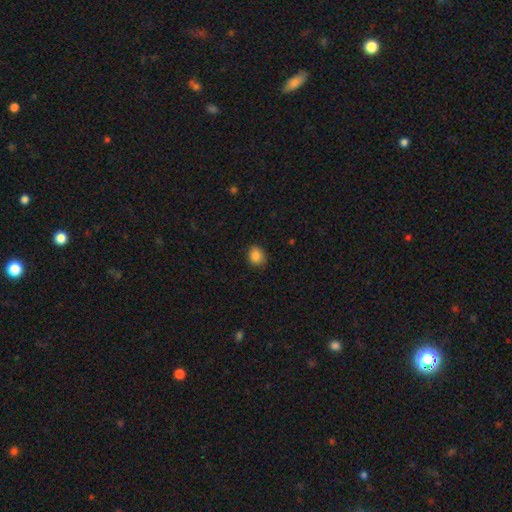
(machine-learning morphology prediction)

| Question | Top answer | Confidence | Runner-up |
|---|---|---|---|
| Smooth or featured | smooth | 86% | star or artifact (10%) |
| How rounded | round | 63% | in between (36%) |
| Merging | none | 85% | minor disturbance (12%) |